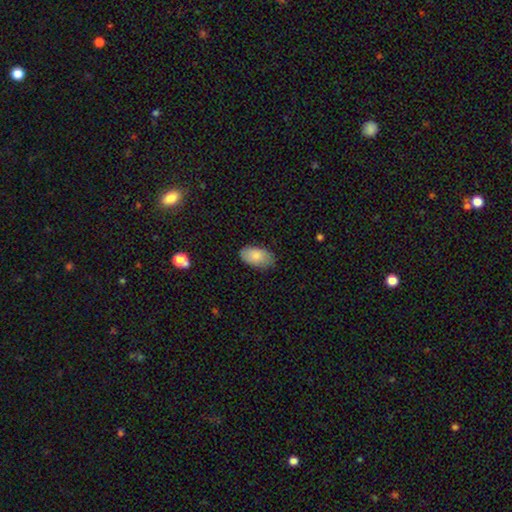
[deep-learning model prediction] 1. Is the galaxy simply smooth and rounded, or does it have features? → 85% smooth, 8% featured or disk, 7% star or artifact.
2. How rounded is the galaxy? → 94% in between, 4% round, 1% cigar-shaped.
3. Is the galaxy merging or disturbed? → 76% none, 20% minor disturbance, 3% major disturbance, 1% merger.